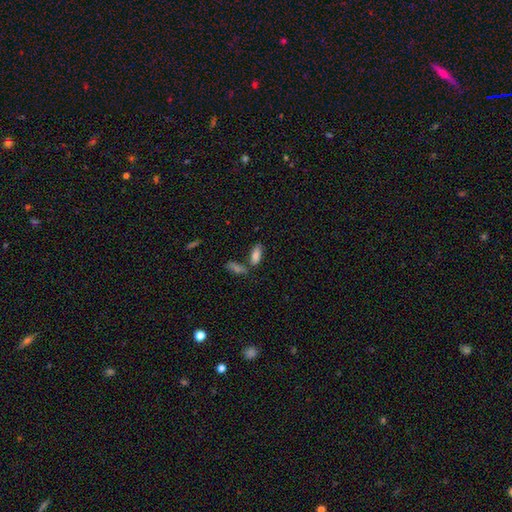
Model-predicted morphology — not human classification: smooth 82%, featured or disk 10%, star or artifact 8%. Down the decision tree: how rounded — in between (80%); merging — none (57%).